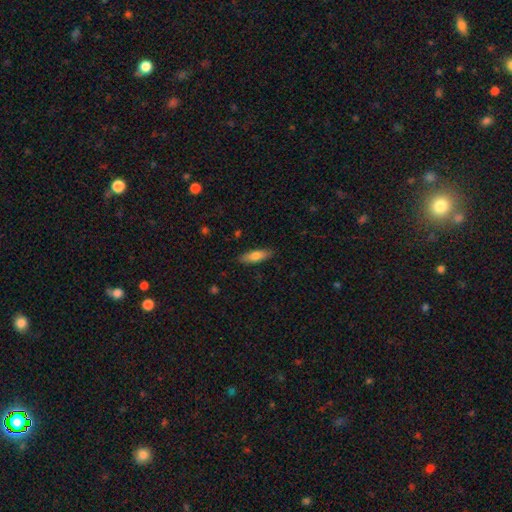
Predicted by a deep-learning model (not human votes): smooth 74%, featured or disk 20%, star or artifact 6%. Down the decision tree: how rounded — in between (50%); merging — none (87%).